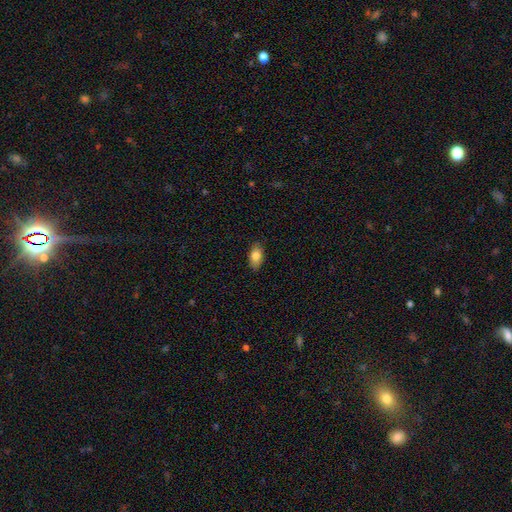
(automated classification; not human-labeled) The model was most divided on "smooth or featured": smooth: 83%, featured or disk: 10%, star or artifact: 7%. More confident: how rounded — in between (91%); merging — none (85%).